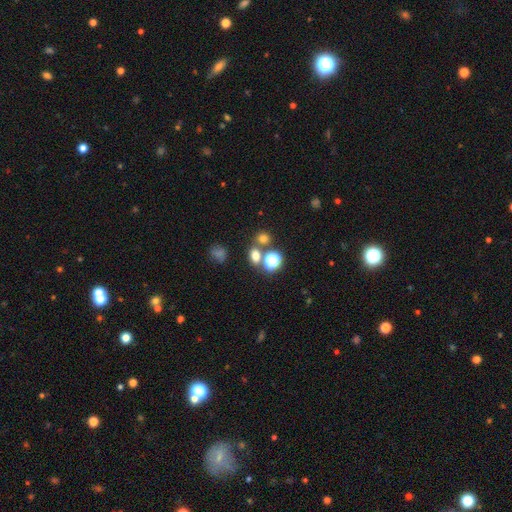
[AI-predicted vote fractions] The model was most divided on "how rounded": round: 57%, in between: 41%, cigar-shaped: 2%. More confident: smooth or featured — smooth (66%); merging — none (61%).